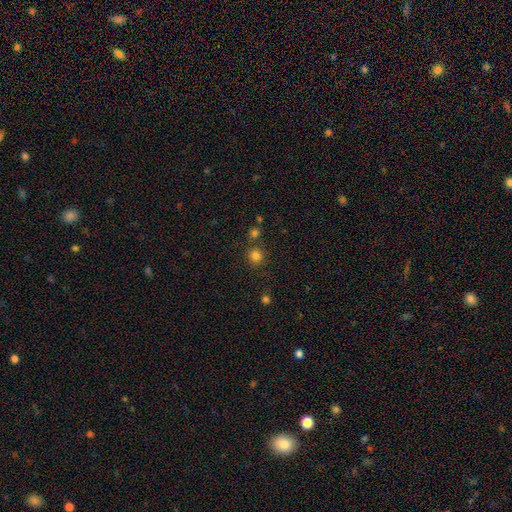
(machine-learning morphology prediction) smooth 80%, star or artifact 15%, featured or disk 5%. Down the decision tree: how rounded — round (91%); merging — none (79%).